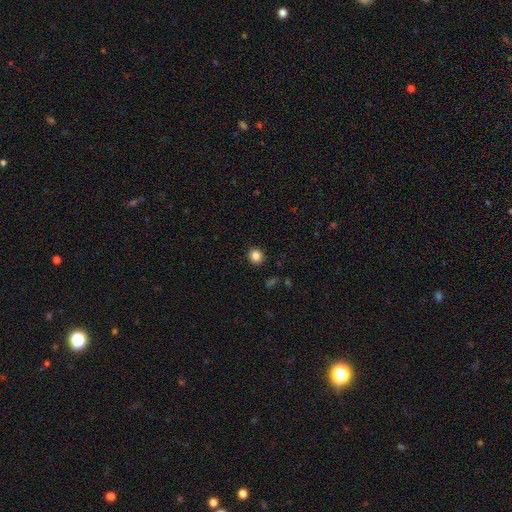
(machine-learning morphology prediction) Smooth or featured? Predicted: smooth (p=0.84). How rounded? Predicted: round (p=0.86). Merging? Predicted: none (p=0.92).